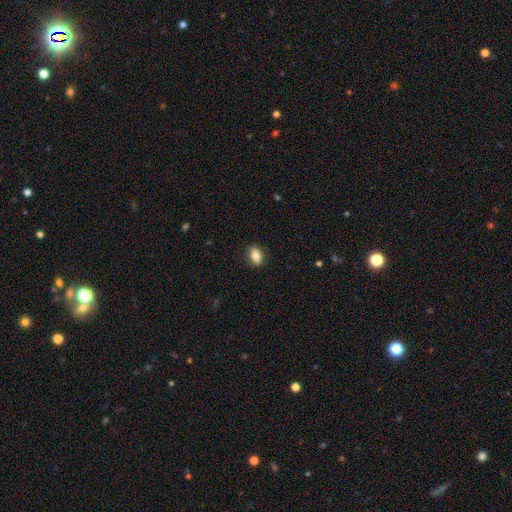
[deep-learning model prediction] smooth_or_featured: smooth (p=0.81) [alt: featured or disk p=0.11]
how_rounded: in between (p=0.85) [alt: round p=0.12]
merging: none (p=0.86) [alt: minor disturbance p=0.11]